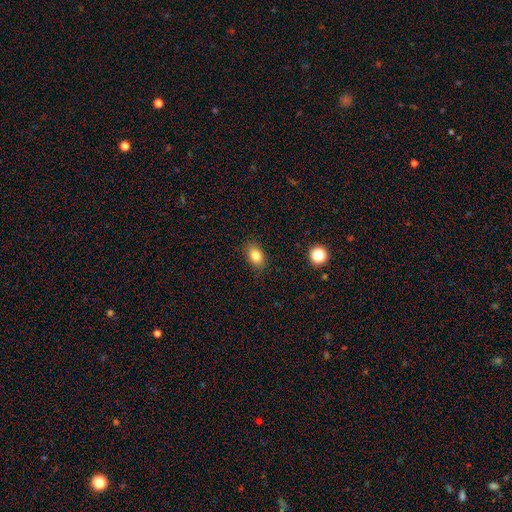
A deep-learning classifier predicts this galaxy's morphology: smooth_or_featured: smooth (p=0.83) [alt: star or artifact p=0.10]
how_rounded: in between (p=0.79) [alt: round p=0.20]
merging: none (p=0.86) [alt: minor disturbance p=0.10]